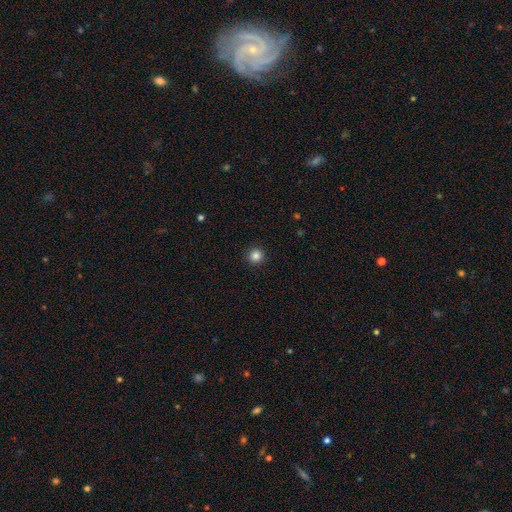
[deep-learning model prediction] This appears to be a smooth galaxy with no disk features (85%) that is round (96%). Merging: none (93%).